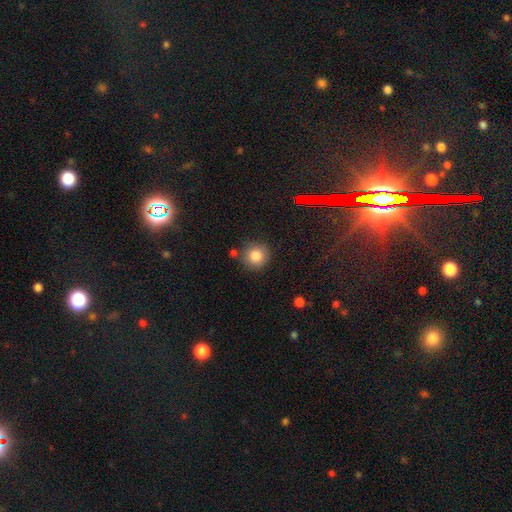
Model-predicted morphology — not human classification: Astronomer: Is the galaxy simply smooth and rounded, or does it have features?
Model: smooth — 83%.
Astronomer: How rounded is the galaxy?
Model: round — 90%.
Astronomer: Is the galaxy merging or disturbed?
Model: none — 80%.